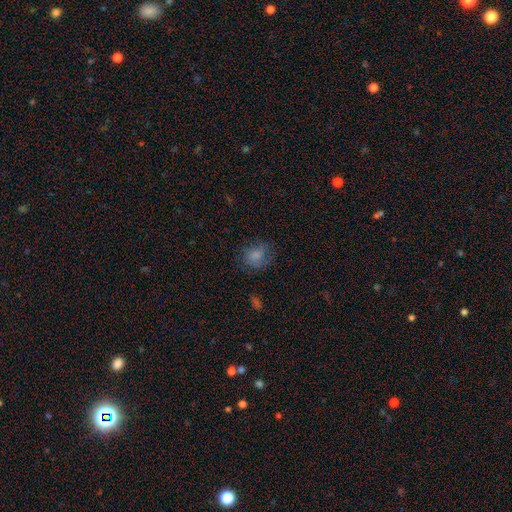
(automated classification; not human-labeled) A smooth galaxy with no disk features (76%) that is round (64%).

Vote fractions:
- Smooth or featured? smooth: 76% / star or artifact: 12% / featured or disk: 12%
- How rounded? round: 64% / in between: 35% / cigar-shaped: 1%
- Merging? none: 62% / minor disturbance: 23% / major disturbance: 13% / merger: 2%